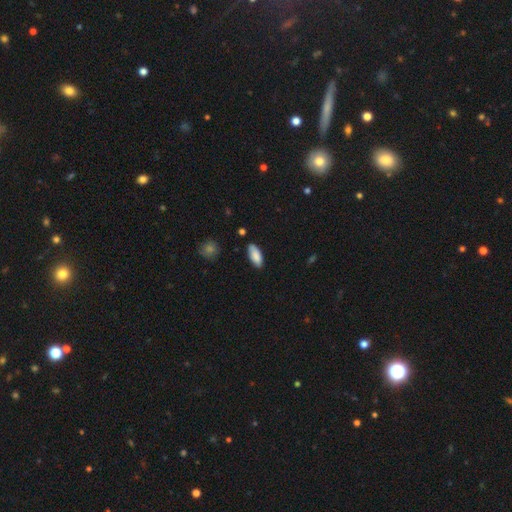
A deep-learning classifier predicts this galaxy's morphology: Q: Smooth or featured?
A: smooth (85%); runner-up: featured or disk (8%)
Q: How rounded?
A: in between (86%); runner-up: cigar-shaped (12%)
Q: Merging?
A: none (80%); runner-up: minor disturbance (16%)